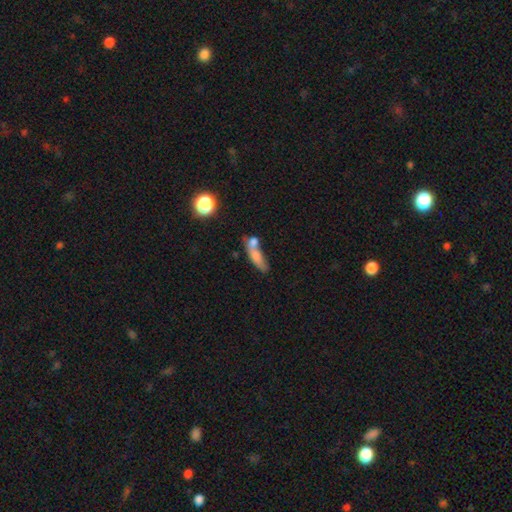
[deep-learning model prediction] Smooth or featured?
  - smooth: 66% *
  - featured or disk: 23%
  - star or artifact: 11%
How rounded?
  - cigar-shaped: 47% *
  - in between: 45%
  - round: 8%
Merging?
  - merger: 46% *
  - none: 28%
  - minor disturbance: 15%
  - major disturbance: 11%